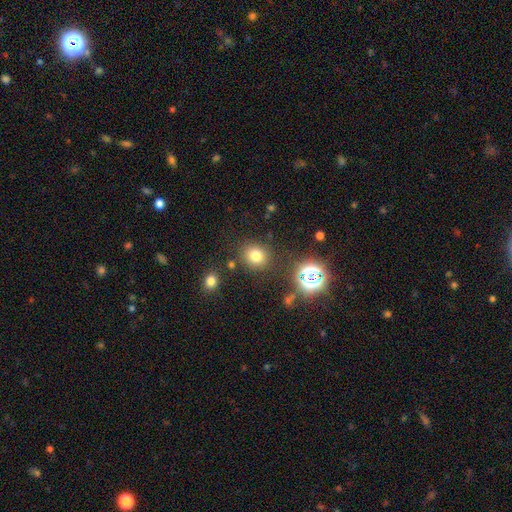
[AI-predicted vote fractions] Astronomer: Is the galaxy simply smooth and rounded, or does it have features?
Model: smooth — 75%.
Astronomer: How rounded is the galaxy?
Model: round — 78%.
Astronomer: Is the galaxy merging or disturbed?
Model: none — 82%.